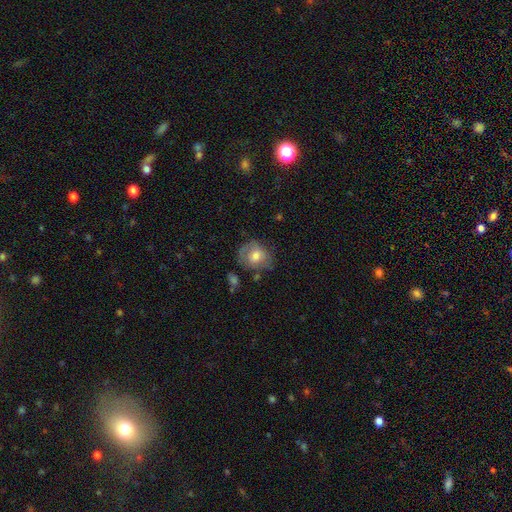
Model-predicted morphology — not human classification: smooth_or_featured: smooth (p=0.59) [alt: featured or disk p=0.33]
how_rounded: round (p=0.63) [alt: in between p=0.36]
merging: none (p=0.56) [alt: minor disturbance p=0.28]